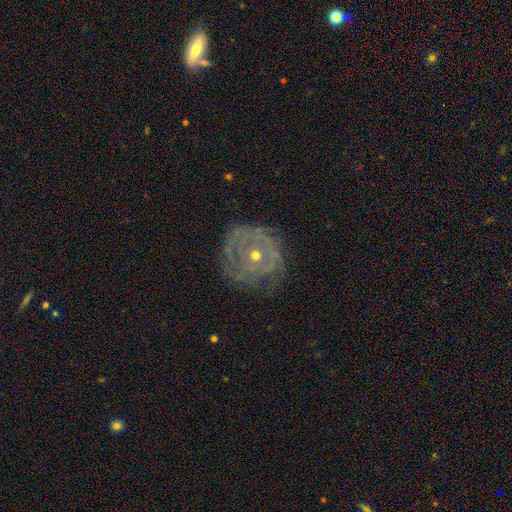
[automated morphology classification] Smooth or featured?
  - featured or disk: 74% *
  - smooth: 18%
  - star or artifact: 8%
Edge-on disk?
  - no: 97% *
  - yes: 3%
Bar?
  - no: 85% *
  - weak: 12%
  - strong: 3%
Spiral arms?
  - yes: 66% *
  - no: 34%
Bulge size?
  - moderate: 52% *
  - small: 45%
  - large: 2%
  - none: 1%
  - dominant: 1%
Merging?
  - none: 63% *
  - minor disturbance: 22%
  - major disturbance: 13%
  - merger: 2%